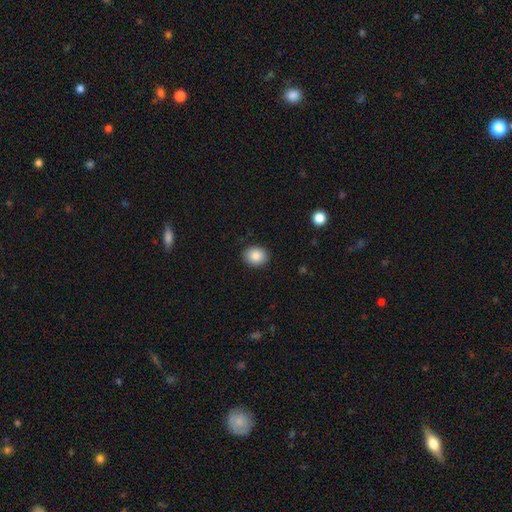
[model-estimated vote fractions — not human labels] smooth-or-featured: smooth: 86% | star or artifact: 8% | featured or disk: 6%
  how-rounded: round: 56% | in between: 43% | cigar-shaped: 1%
  merging: none: 90% | minor disturbance: 7% | major disturbance: 2% | merger: 1%